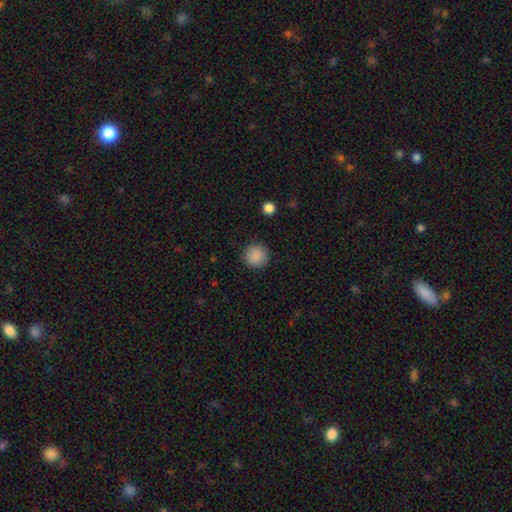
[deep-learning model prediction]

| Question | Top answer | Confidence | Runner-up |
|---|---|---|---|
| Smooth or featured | smooth | 89% | star or artifact (9%) |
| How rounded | round | 95% | in between (4%) |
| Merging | none | 91% | minor disturbance (6%) |